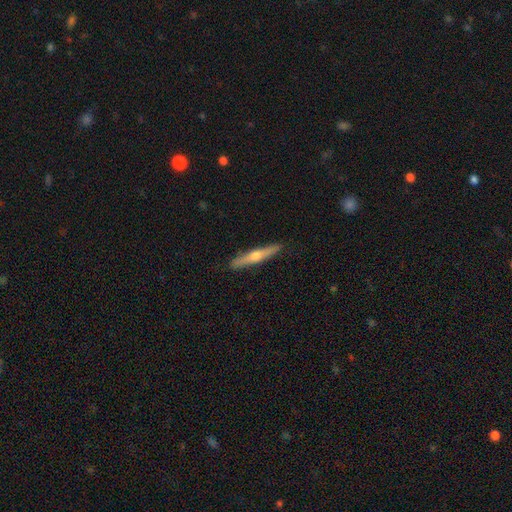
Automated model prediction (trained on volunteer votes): Smooth or featured? featured or disk (57%)
Edge-on disk? yes (96%)
Edge-on bulge? rounded (89%)
Merging? none (91%)